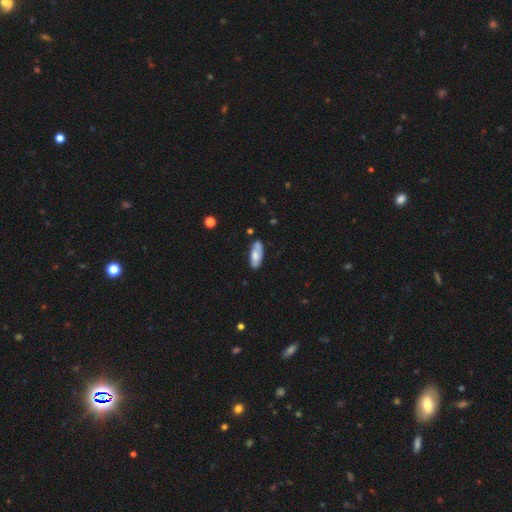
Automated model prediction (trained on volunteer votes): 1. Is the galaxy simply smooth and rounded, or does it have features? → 71% smooth, 23% featured or disk, 6% star or artifact.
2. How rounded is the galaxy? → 76% in between, 22% cigar-shaped, 2% round.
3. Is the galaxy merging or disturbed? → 75% none, 17% minor disturbance, 4% merger, 3% major disturbance.